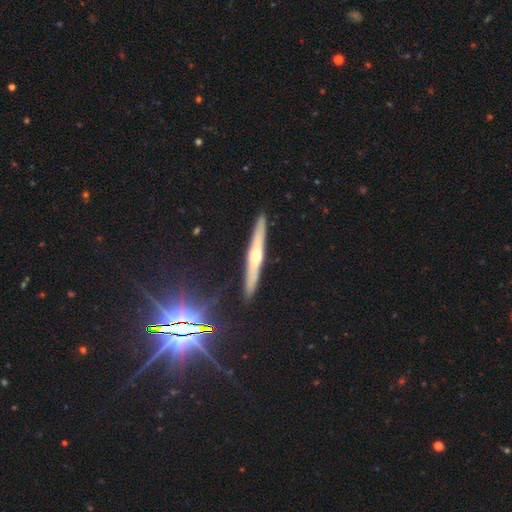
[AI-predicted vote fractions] This appears to be a featured or disk galaxy (65%) viewed edge-on (95%) with a rounded central bulge (84%). Merging: none (91%).